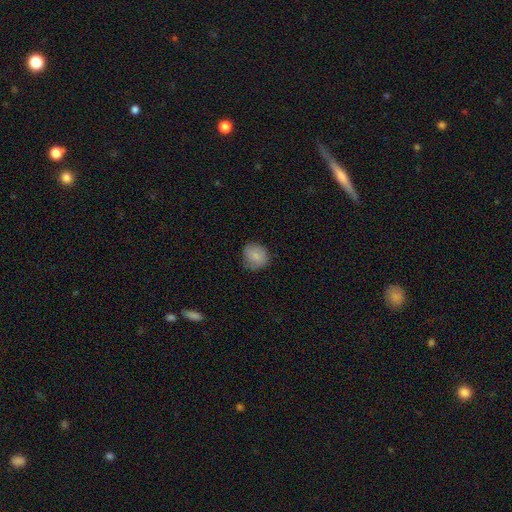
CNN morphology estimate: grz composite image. It shows a smooth galaxy with no disk features (81%) that is round (83%). Merging: none (75%).